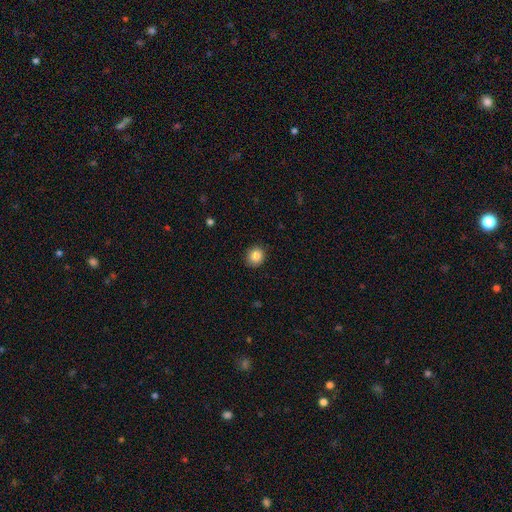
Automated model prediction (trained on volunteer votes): Morphology: type=smooth (86%); roundness=round (83%); merging=none (89%).